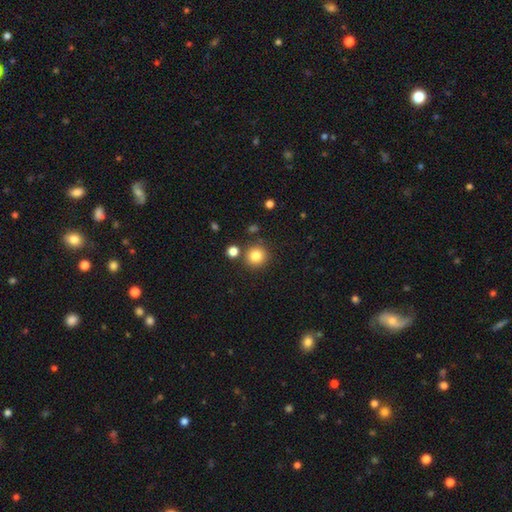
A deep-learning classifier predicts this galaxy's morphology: smooth 83%, star or artifact 11%, featured or disk 6%. Down the decision tree: how rounded — round (91%); merging — none (82%).